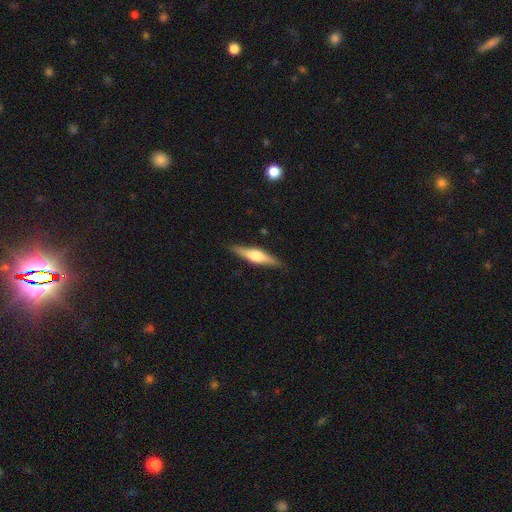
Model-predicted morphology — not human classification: type=featured or disk (60%); edge-on=yes (96%); edge-on bulge=rounded (90%); merging=none (89%).